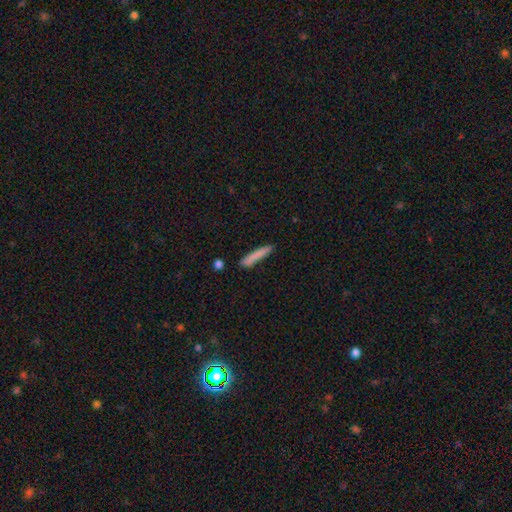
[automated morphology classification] Smooth or featured?
  - smooth: 81% *
  - featured or disk: 12%
  - star or artifact: 7%
How rounded?
  - cigar-shaped: 94% *
  - in between: 5%
  - round: 1%
Merging?
  - none: 82% *
  - minor disturbance: 13%
  - merger: 3%
  - major disturbance: 3%